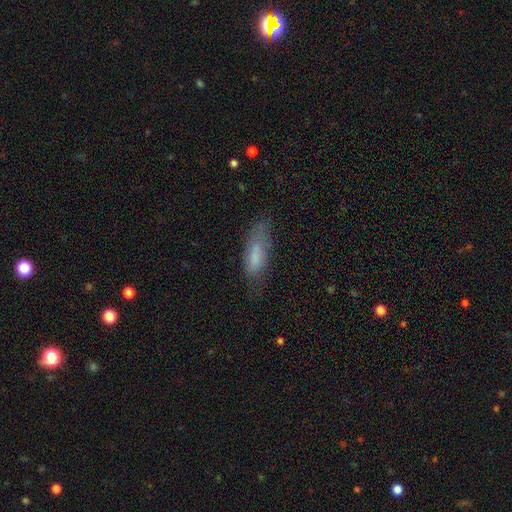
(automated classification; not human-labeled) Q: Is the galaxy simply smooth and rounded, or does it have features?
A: smooth — 70%.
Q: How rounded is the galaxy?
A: in between — 59%.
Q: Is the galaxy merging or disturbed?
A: none — 54%.